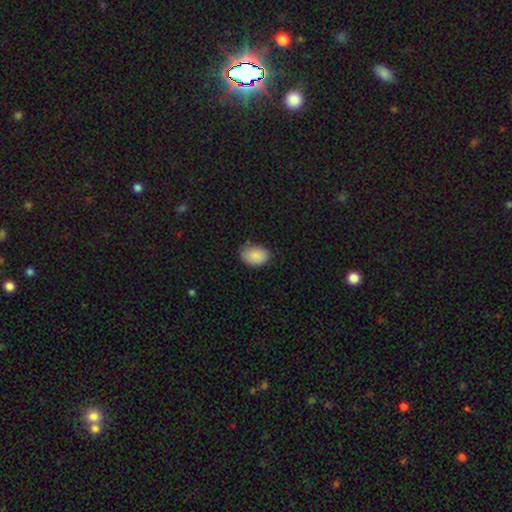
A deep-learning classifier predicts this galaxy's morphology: Smooth or featured: smooth — 88% (star or artifact — 7%)
How rounded: in between — 81% (round — 18%)
Merging: none — 76% (minor disturbance — 19%)